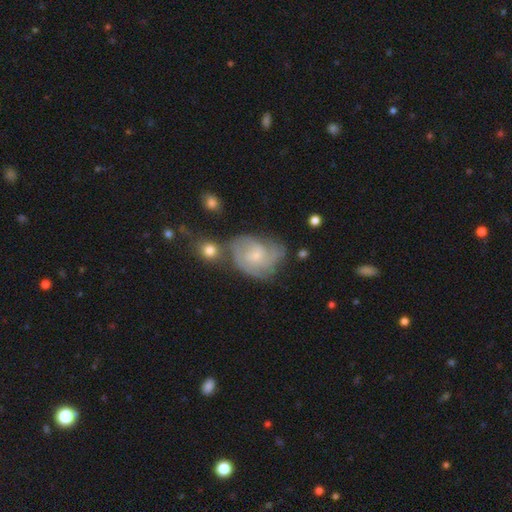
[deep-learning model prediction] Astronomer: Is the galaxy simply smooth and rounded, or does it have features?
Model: featured or disk — 75%.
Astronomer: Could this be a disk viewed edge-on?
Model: no — 97%.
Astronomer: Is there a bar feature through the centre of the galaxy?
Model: no — 67%.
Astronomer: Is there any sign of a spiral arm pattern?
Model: yes — 92%.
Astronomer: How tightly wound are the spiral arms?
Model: tight — 53% (runner-up: medium, 36%).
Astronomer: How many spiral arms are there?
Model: can't tell — 33% (runner-up: 3, 25%).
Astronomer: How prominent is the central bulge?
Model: small — 69%.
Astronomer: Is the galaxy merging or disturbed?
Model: none — 49%.